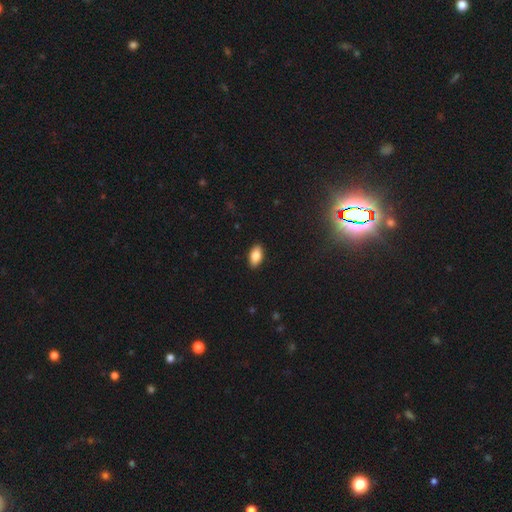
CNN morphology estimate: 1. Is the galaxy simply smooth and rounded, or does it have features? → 84% smooth, 9% featured or disk, 7% star or artifact.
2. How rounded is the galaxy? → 93% in between, 4% cigar-shaped, 4% round.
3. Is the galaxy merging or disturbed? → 90% none, 8% minor disturbance, 2% major disturbance, 1% merger.